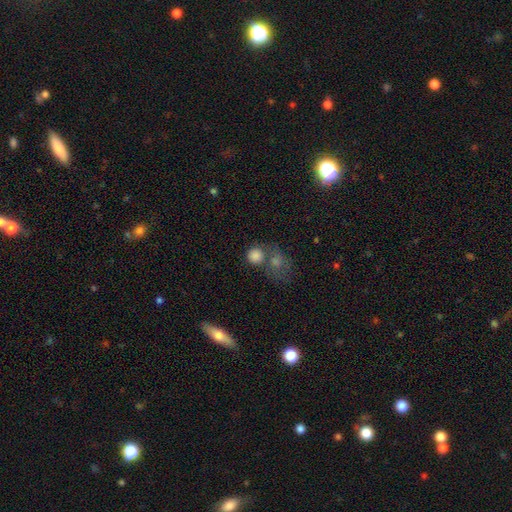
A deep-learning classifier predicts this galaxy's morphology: Smooth or featured? smooth (83%)
How rounded? round (86%)
Merging? none (48%)